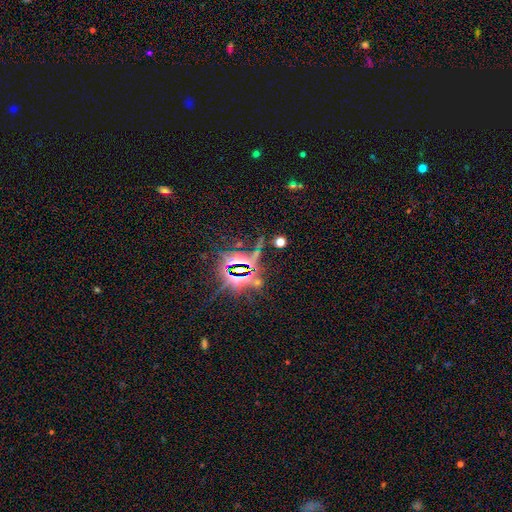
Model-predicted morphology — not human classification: This is clearly a star or artifact rather than a galaxy (81%).